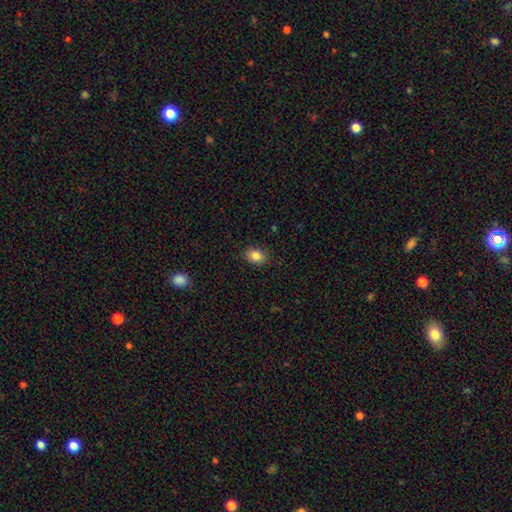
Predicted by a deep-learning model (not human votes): smooth 85%, star or artifact 9%, featured or disk 5%. Down the decision tree: how rounded — in between (67%); merging — none (87%).